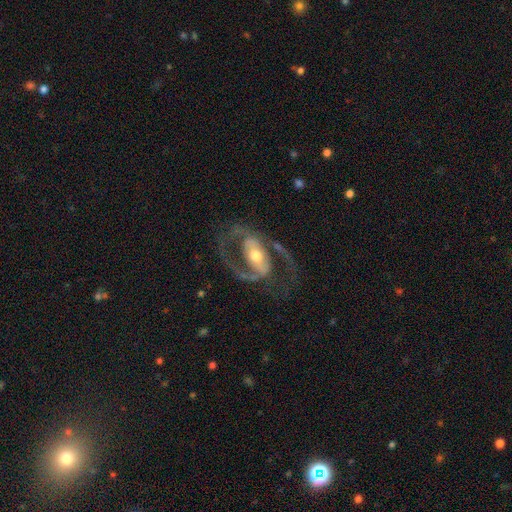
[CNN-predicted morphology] smooth_or_featured: featured or disk (p=0.87) [alt: smooth p=0.09]
disk_edge_on: no (p=0.95) [alt: yes p=0.05]
bar: strong (p=0.43) [alt: weak p=0.32]
has_spiral_arms: yes (p=0.88) [alt: no p=0.12]
spiral_winding: medium (p=0.56) [alt: loose p=0.24]
spiral_arm_count: 2 (p=0.88) [alt: 1 p=0.05]
bulge_size: moderate (p=0.66) [alt: small p=0.21]
merging: none (p=0.63) [alt: major disturbance p=0.20]